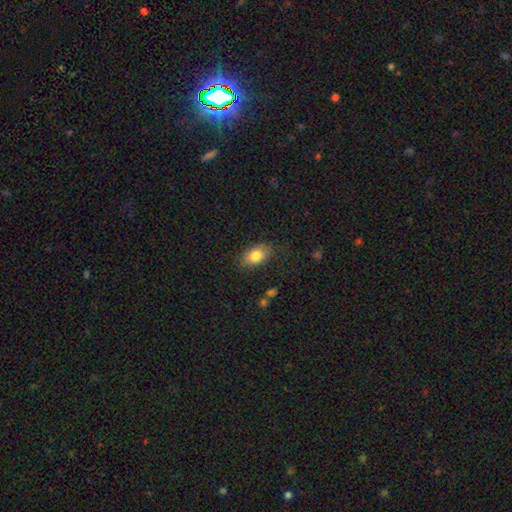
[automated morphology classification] smooth-or-featured: smooth: 82% | featured or disk: 10% | star or artifact: 8%
  how-rounded: in between: 89% | round: 9% | cigar-shaped: 2%
  merging: none: 81% | minor disturbance: 14% | major disturbance: 4% | merger: 1%